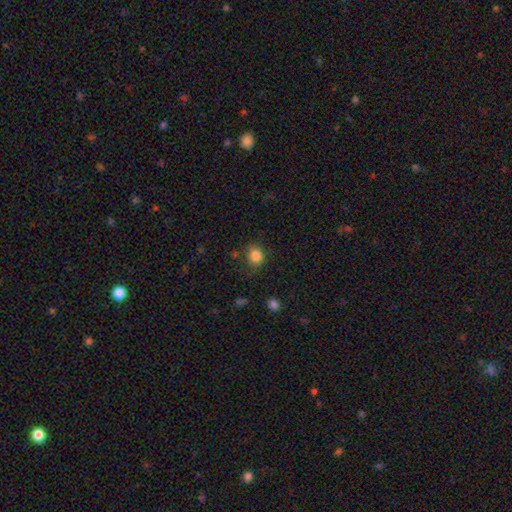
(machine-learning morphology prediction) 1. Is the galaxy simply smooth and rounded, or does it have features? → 84% smooth, 11% star or artifact, 5% featured or disk.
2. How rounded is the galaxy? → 77% round, 22% in between, 1% cigar-shaped.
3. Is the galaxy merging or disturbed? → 75% none, 17% minor disturbance, 5% major disturbance, 3% merger.